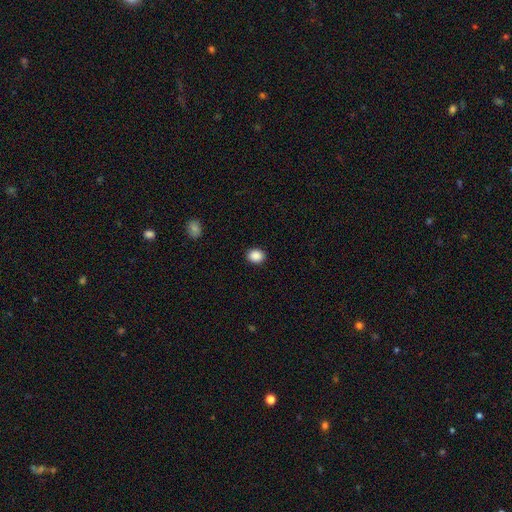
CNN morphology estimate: Smooth or featured? smooth (89%)
How rounded? round (59%)
Merging? none (91%)